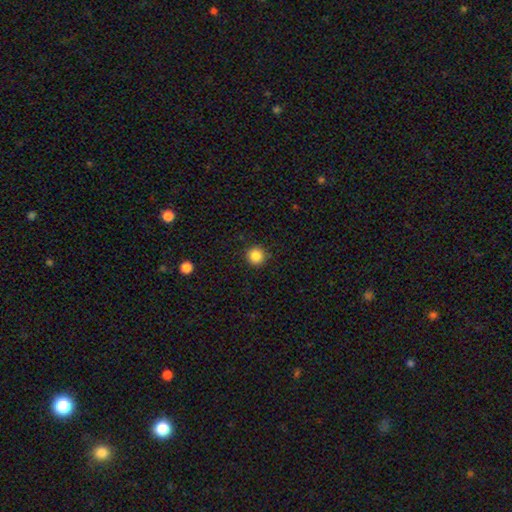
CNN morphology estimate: Smooth or featured? Predicted: smooth (p=0.86). How rounded? Predicted: round (p=0.94). Merging? Predicted: none (p=0.91).